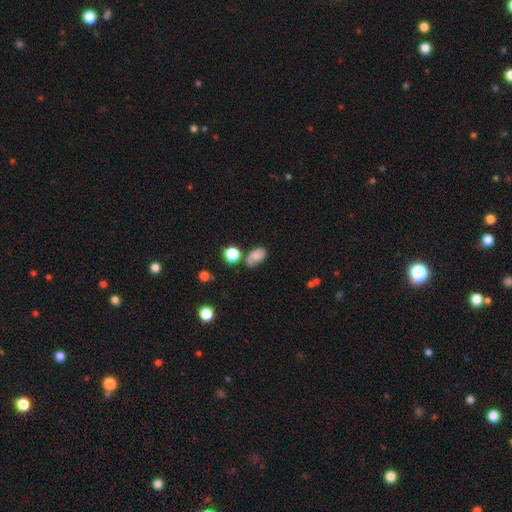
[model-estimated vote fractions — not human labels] Smooth or featured? Predicted: smooth (p=0.68). How rounded? Predicted: in between (p=0.83). Merging? Predicted: none (p=0.48).